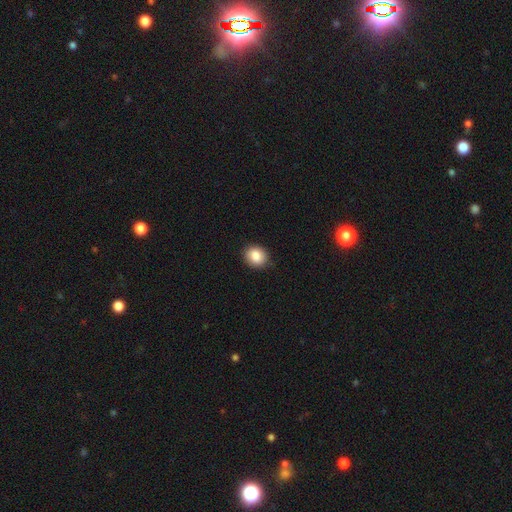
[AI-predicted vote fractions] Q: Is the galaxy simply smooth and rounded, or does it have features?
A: smooth — 86%.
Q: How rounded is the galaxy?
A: round — 67%.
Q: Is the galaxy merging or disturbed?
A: none — 86%.